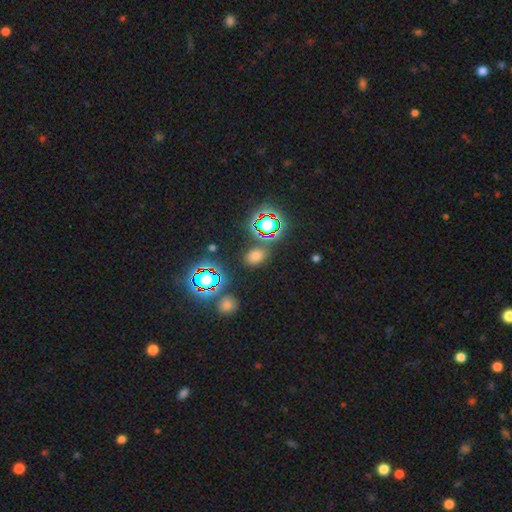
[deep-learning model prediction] This appears to be a smooth galaxy with no disk features (58%) that is in between round and cigar-shaped (64%). Merging: none (81%).